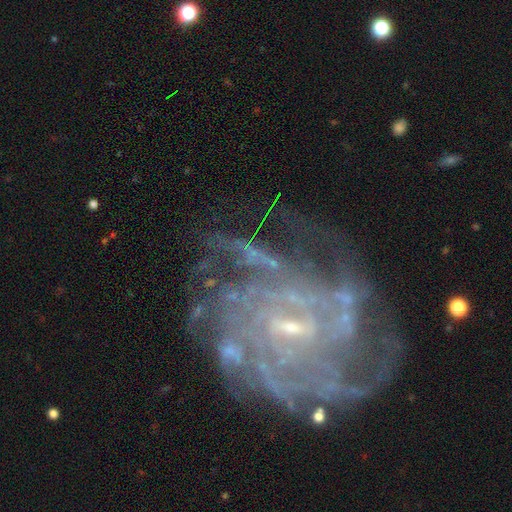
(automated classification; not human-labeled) A featured or disk galaxy (87%) with a weak bar (52%), tight (61%) spiral arms (94%) and a small central bulge (78%).

Vote fractions:
- Smooth or featured? featured or disk: 87% / star or artifact: 8% / smooth: 5%
- Edge-on disk? no: 98% / yes: 2%
- Bar? weak: 52% / no: 31% / strong: 17%
- Spiral arms? yes: 94% / no: 6%
- Spiral winding? tight: 61% / medium: 30% / loose: 8%
- Spiral arm count? can't tell: 34% / 4: 19% / more than 4: 15% / 3: 13% / 2: 12% / 1: 7%
- Bulge size? small: 78% / moderate: 14% / none: 5% / large: 1% / dominant: 1%
- Merging? none: 60% / minor disturbance: 19% / major disturbance: 17% / merger: 3%